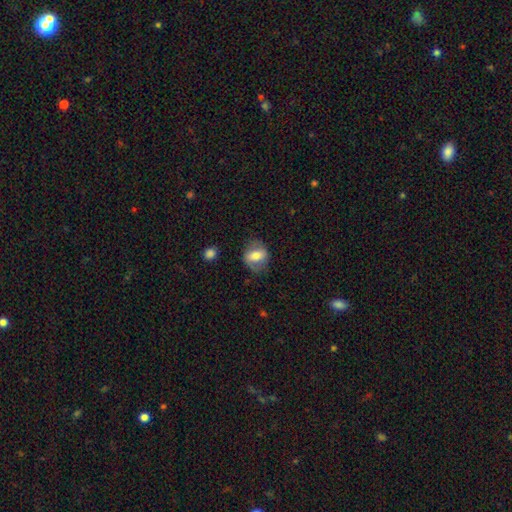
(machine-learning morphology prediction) Smooth or featured? smooth (60%)
How rounded? in between (60%)
Merging? none (69%)